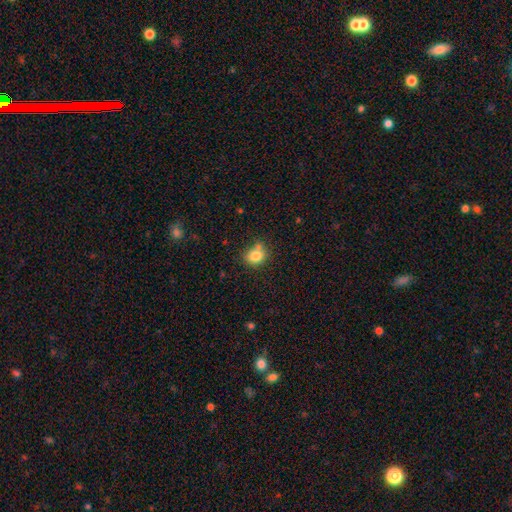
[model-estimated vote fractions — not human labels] Q: Smooth or featured?
A: smooth (81%); runner-up: star or artifact (11%)
Q: How rounded?
A: round (58%); runner-up: in between (41%)
Q: Merging?
A: none (62%); runner-up: merger (17%)